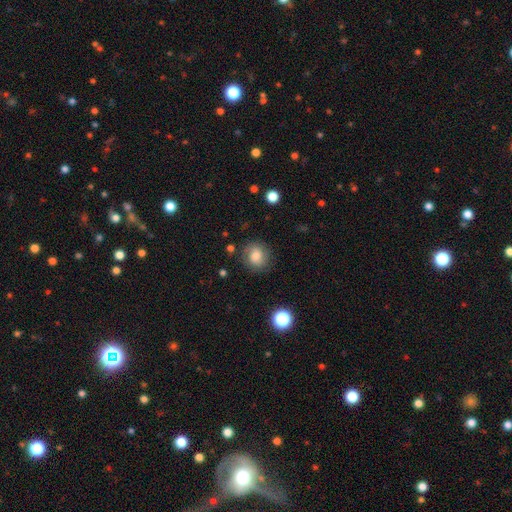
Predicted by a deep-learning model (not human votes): Smooth or featured? smooth (75%)
How rounded? round (80%)
Merging? none (81%)